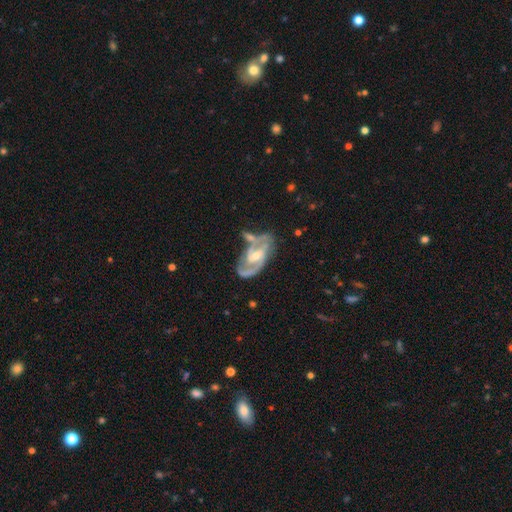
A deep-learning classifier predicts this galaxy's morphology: featured or disk 89%, smooth 6%, star or artifact 5%. Down the decision tree: edge-on disk — no (96%); bar — weak (48%); spiral arms — yes (96%); spiral arm count — 2 (83%); spiral winding — medium (53%); bulge size — moderate (50%); merging — none (52%).